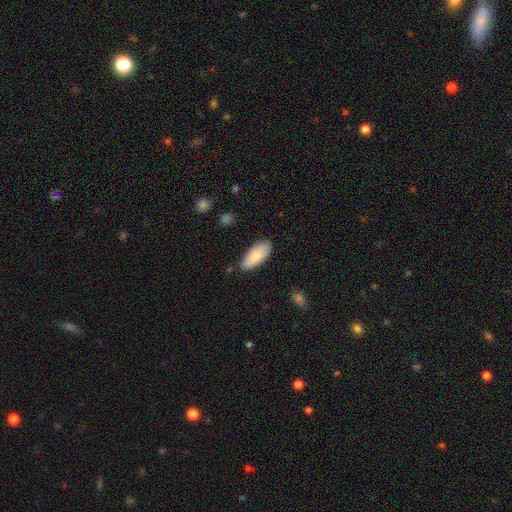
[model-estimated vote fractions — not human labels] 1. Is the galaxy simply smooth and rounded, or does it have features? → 85% smooth, 9% featured or disk, 6% star or artifact.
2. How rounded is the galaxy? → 88% in between, 10% cigar-shaped, 2% round.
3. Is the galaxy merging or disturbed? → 81% none, 15% minor disturbance, 2% major disturbance, 2% merger.